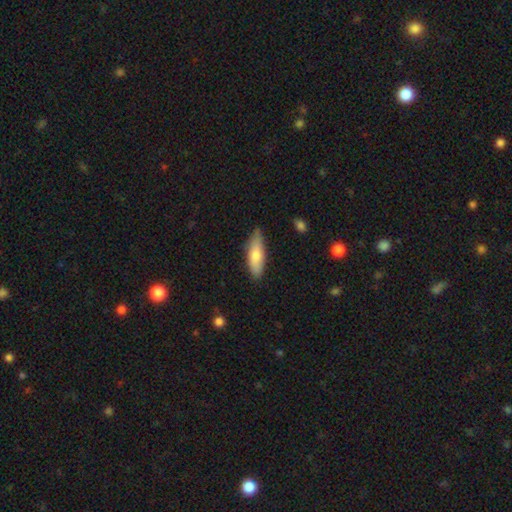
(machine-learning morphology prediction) Q: Smooth or featured?
A: smooth (72%); runner-up: featured or disk (22%)
Q: How rounded?
A: in between (53%); runner-up: cigar-shaped (45%)
Q: Merging?
A: none (78%); runner-up: minor disturbance (18%)